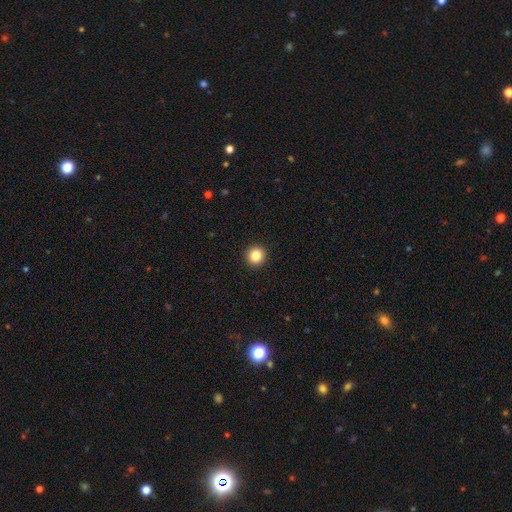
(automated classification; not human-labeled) The model was most divided on "smooth or featured": smooth: 85%, star or artifact: 10%, featured or disk: 5%. More confident: merging — none (94%); how rounded — round (94%).